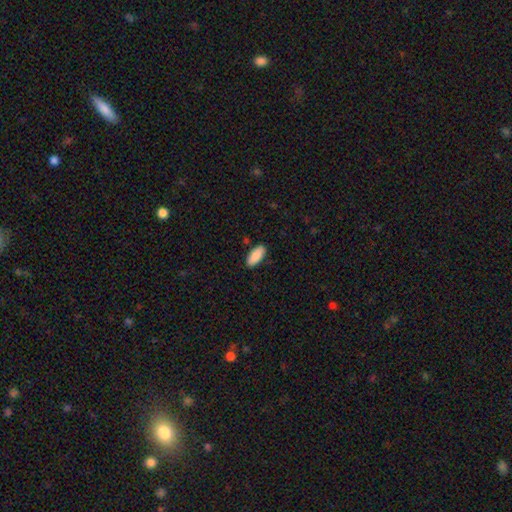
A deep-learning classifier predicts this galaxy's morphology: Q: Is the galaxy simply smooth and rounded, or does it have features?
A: smooth — 89%.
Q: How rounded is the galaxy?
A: in between — 86%.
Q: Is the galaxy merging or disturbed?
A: none — 87%.